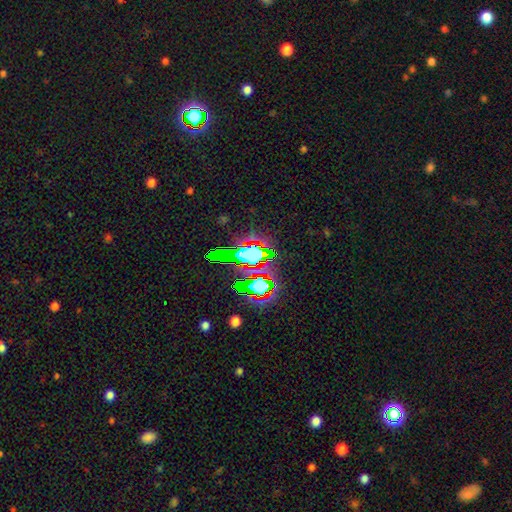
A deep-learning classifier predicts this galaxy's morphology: This is likely a star or artifact rather than a galaxy (64%).